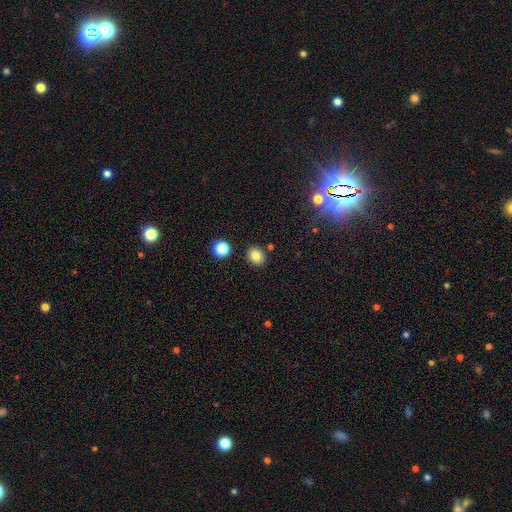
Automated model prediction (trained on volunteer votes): Morphology: type=smooth (83%); roundness=round (62%); merging=none (85%).